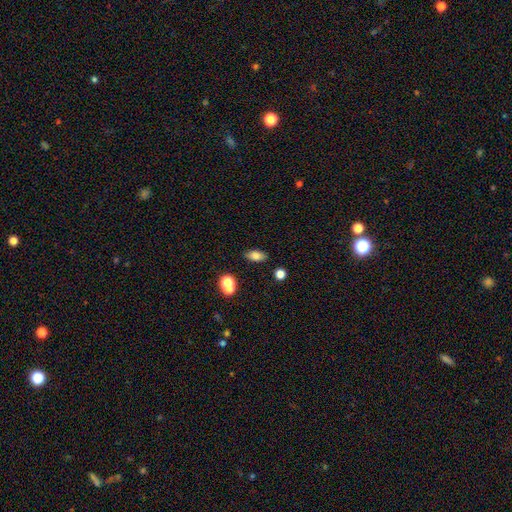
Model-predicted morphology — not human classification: Smooth or featured?
  - smooth: 77% *
  - featured or disk: 13%
  - star or artifact: 10%
How rounded?
  - in between: 82% *
  - cigar-shaped: 11%
  - round: 7%
Merging?
  - none: 84% *
  - minor disturbance: 9%
  - merger: 4%
  - major disturbance: 2%